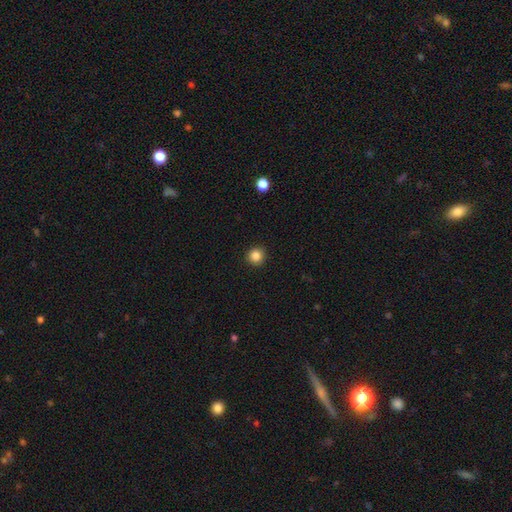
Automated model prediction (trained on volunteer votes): Morphology: type=smooth (86%); roundness=round (94%); merging=none (92%).